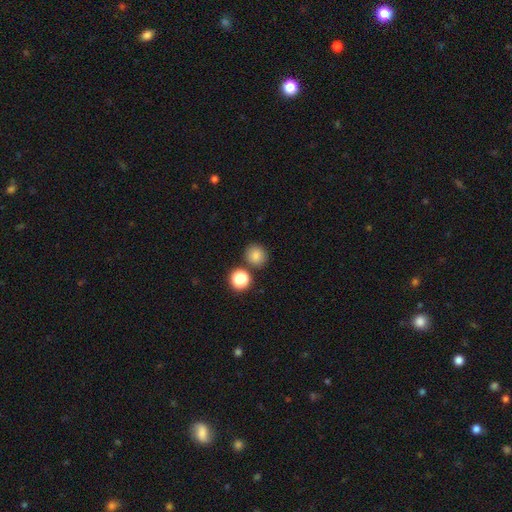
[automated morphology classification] smooth-or-featured: smooth: 82% | star or artifact: 13% | featured or disk: 5%
  how-rounded: round: 86% | in between: 13% | cigar-shaped: 1%
  merging: none: 79% | merger: 10% | minor disturbance: 9% | major disturbance: 3%